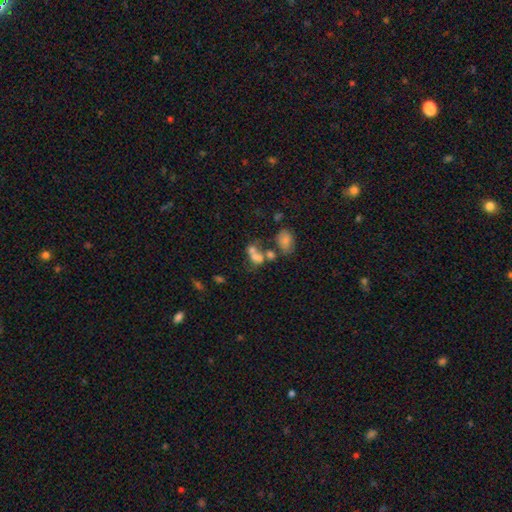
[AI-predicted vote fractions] Morphology: type=smooth (61%); roundness=in between (59%); merging=merger (57%).